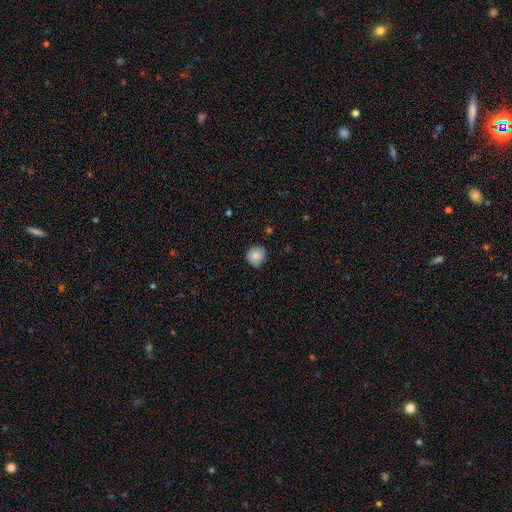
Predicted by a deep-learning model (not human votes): A smooth galaxy with no disk features (84%) that is round (84%).

Vote fractions:
- Smooth or featured? smooth: 84% / star or artifact: 8% / featured or disk: 7%
- How rounded? round: 84% / in between: 15% / cigar-shaped: 1%
- Merging? none: 76% / minor disturbance: 21% / major disturbance: 3% / merger: 1%